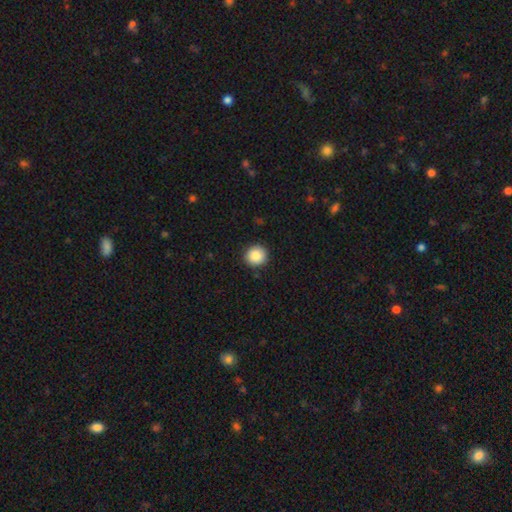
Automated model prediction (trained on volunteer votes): smooth_or_featured: smooth (p=0.88) [alt: star or artifact p=0.08]
how_rounded: round (p=0.92) [alt: in between p=0.07]
merging: none (p=0.91) [alt: minor disturbance p=0.06]